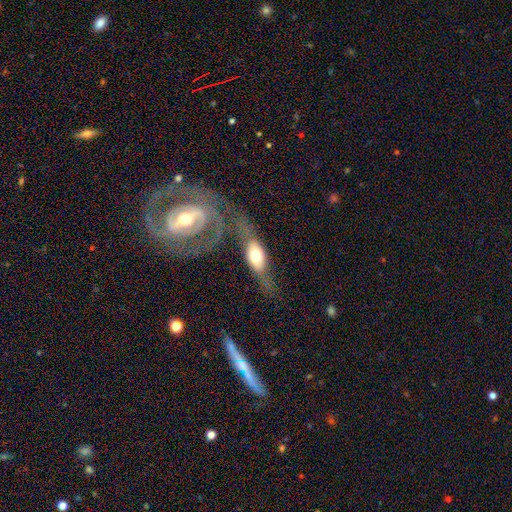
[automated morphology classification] Smooth or featured: featured or disk — 50% (smooth — 43%)
Merging: none — 42% (major disturbance — 22%)